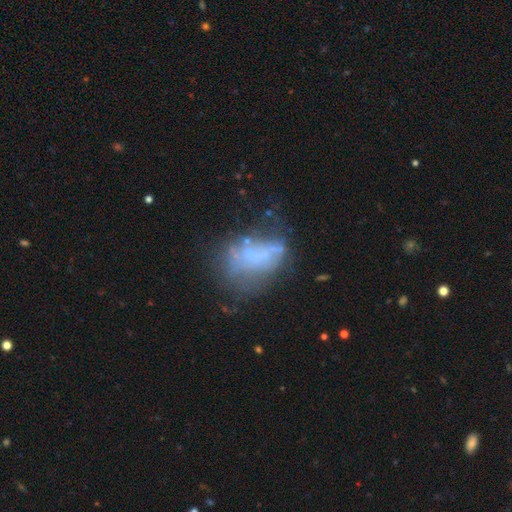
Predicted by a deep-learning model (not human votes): Smooth or featured? featured or disk (51%)
Edge-on disk? no (95%)
Merging? none (33%)